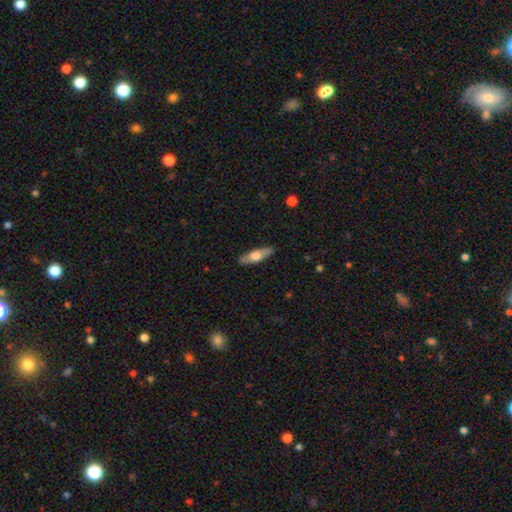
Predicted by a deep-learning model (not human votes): A smooth galaxy with no disk features (55%) that is cigar-shaped (54%). Merging: none (86%).